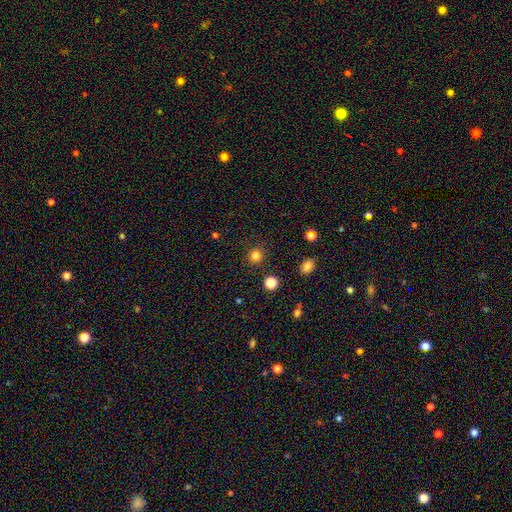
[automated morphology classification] This is clearly a smooth galaxy (82%). How rounded: clearly round (89%). Merging: clearly none (89%).